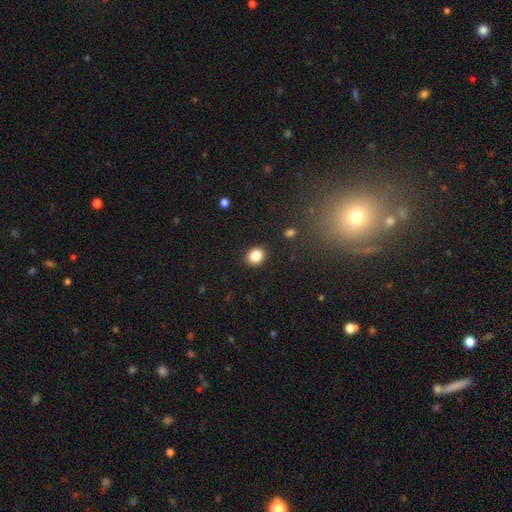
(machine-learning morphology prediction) Smooth or featured? Predicted: smooth (p=0.86). How rounded? Predicted: round (p=0.71). Merging? Predicted: none (p=0.90).